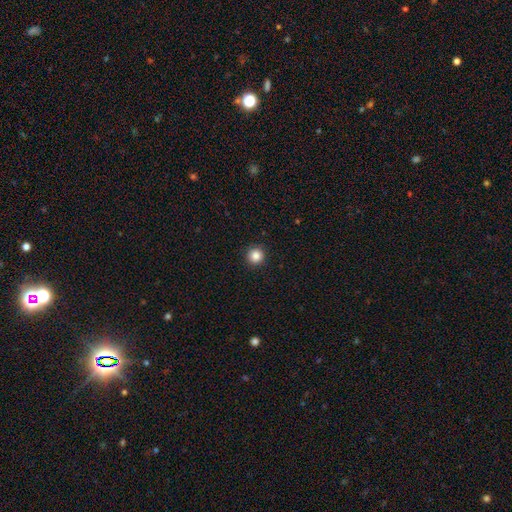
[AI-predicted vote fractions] smooth-or-featured: smooth: 86% | star or artifact: 11% | featured or disk: 3%
  how-rounded: round: 96% | in between: 3% | cigar-shaped: 1%
  merging: none: 92% | minor disturbance: 5% | major disturbance: 2% | merger: 1%